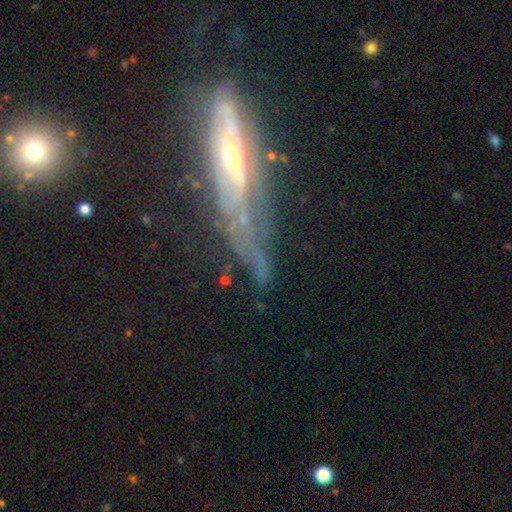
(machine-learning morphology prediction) Q: Smooth or featured?
A: featured or disk (75%); runner-up: smooth (14%)
Q: Edge-on disk?
A: yes (67%); runner-up: no (33%)
Q: Edge-on bulge?
A: rounded (66%); runner-up: none (26%)
Q: Merging?
A: none (46%); runner-up: minor disturbance (28%)